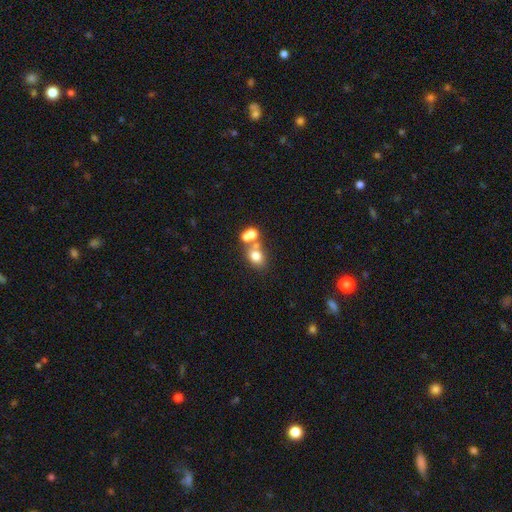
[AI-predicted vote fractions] smooth-or-featured: smooth: 72% | featured or disk: 15% | star or artifact: 13%
  how-rounded: in between: 56% | round: 42% | cigar-shaped: 1%
  merging: merger: 45% | none: 40% | minor disturbance: 9% | major disturbance: 5%